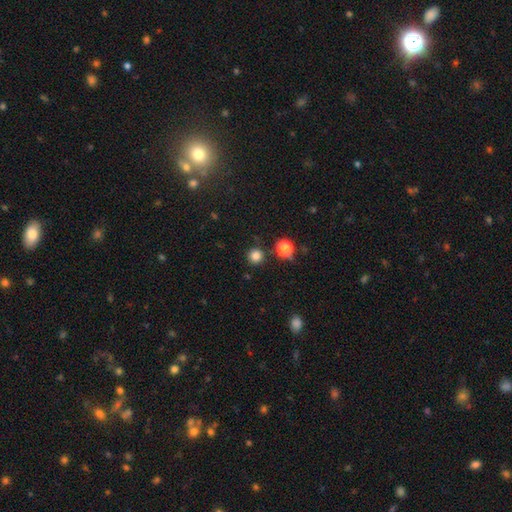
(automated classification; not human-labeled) smooth-or-featured: smooth: 82% | star or artifact: 14% | featured or disk: 4%
  how-rounded: round: 95% | in between: 4% | cigar-shaped: 1%
  merging: none: 87% | minor disturbance: 7% | merger: 4% | major disturbance: 2%